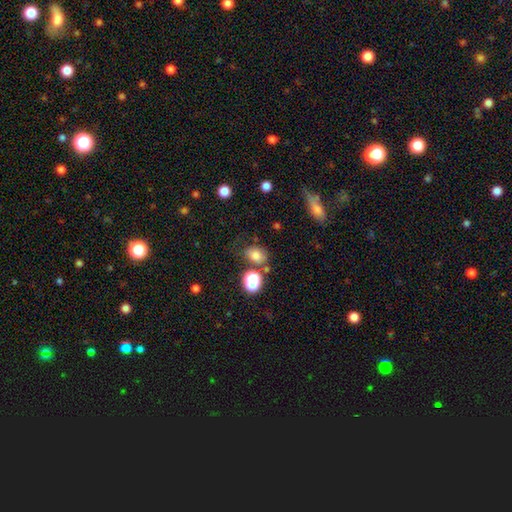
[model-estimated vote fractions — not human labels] Smooth or featured? smooth (76%)
How rounded? in between (62%)
Merging? none (64%)